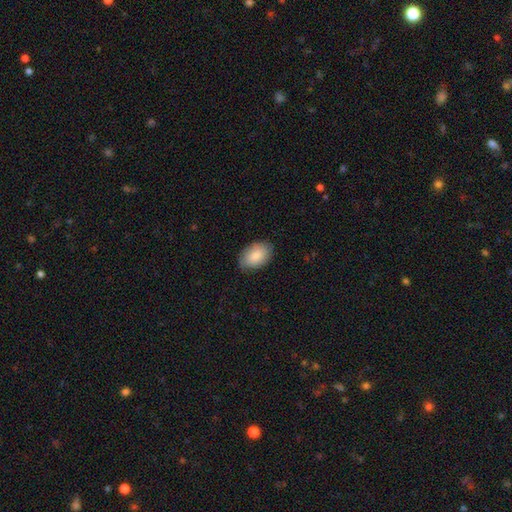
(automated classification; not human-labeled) Smooth or featured? smooth (86%)
How rounded? in between (90%)
Merging? none (81%)